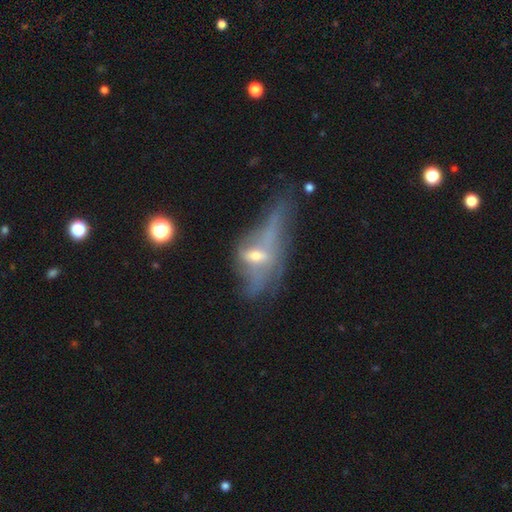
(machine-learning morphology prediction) Q: Smooth or featured?
A: featured or disk (58%); runner-up: smooth (26%)
Q: Edge-on disk?
A: no (62%); runner-up: yes (38%)
Q: Merging?
A: major disturbance (38%); runner-up: none (28%)